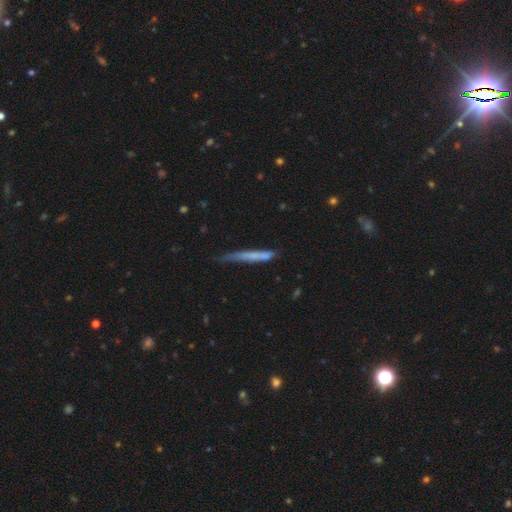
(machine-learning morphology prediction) This appears to be a smooth galaxy with no disk features (64%) that is cigar-shaped (96%). Merging: none (60%).